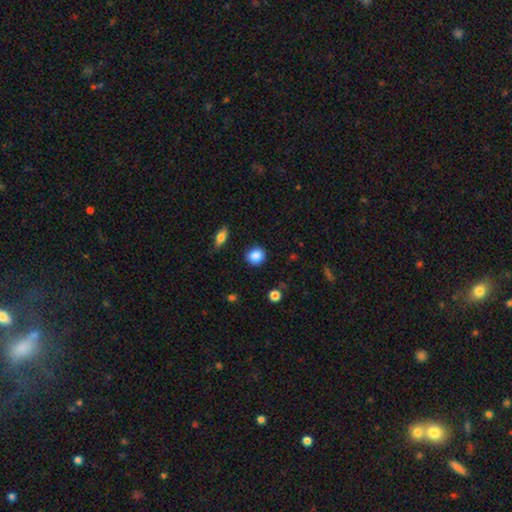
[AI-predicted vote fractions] This is clearly a smooth galaxy (87%). How rounded: clearly round (84%). Merging: clearly none (88%).